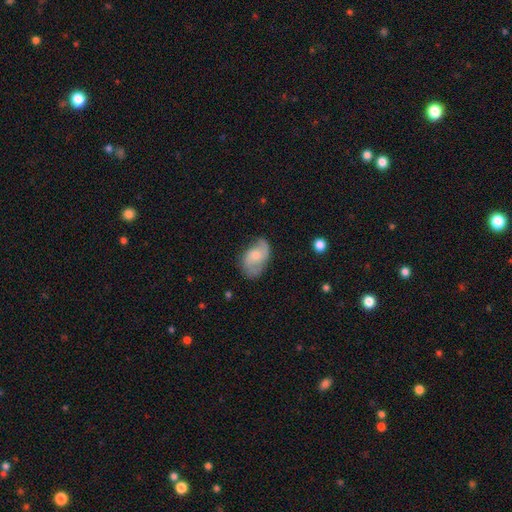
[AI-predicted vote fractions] This appears to be a featured or disk galaxy (65%) with no bar (63%), 2 (84%) loose (42%) spiral arms (88%) and a moderate central bulge (49%). Merging: none (66%).